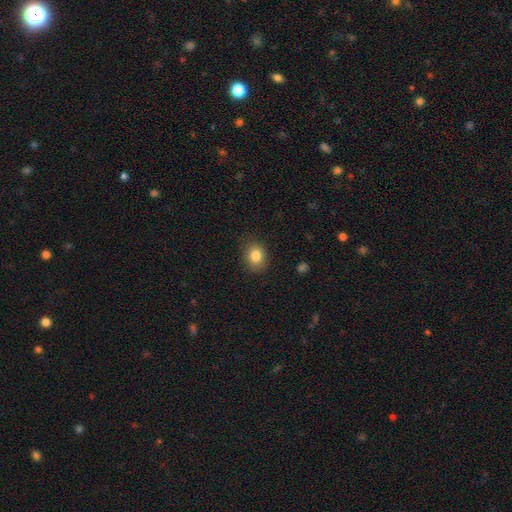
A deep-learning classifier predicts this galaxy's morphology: A smooth galaxy with no disk features (83%) that is round (60%).

Vote fractions:
- Smooth or featured? smooth: 83% / star or artifact: 10% / featured or disk: 7%
- How rounded? round: 60% / in between: 40% / cigar-shaped: 1%
- Merging? none: 85% / minor disturbance: 11% / major disturbance: 3% / merger: 1%